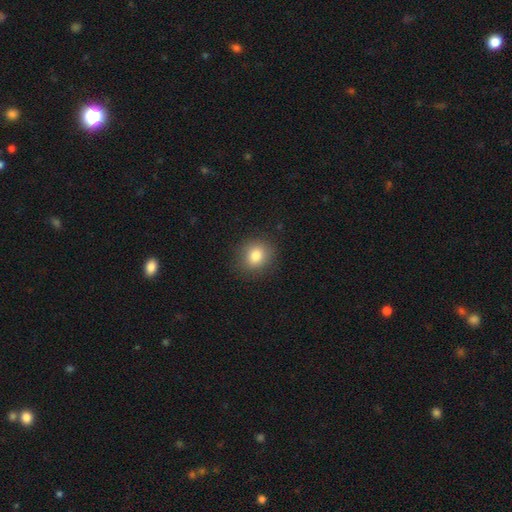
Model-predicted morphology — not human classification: This is clearly a smooth galaxy (82%). How rounded: likely round (74%). Merging: clearly none (87%).